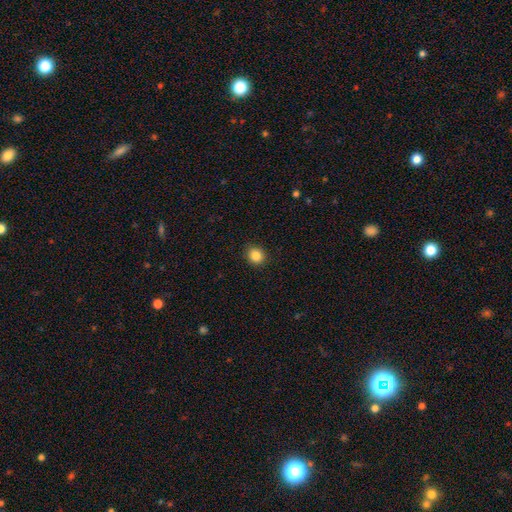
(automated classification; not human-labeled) smooth-or-featured: smooth: 86% | star or artifact: 10% | featured or disk: 4%
  how-rounded: round: 82% | in between: 18% | cigar-shaped: 1%
  merging: none: 90% | minor disturbance: 7% | major disturbance: 2% | merger: 1%